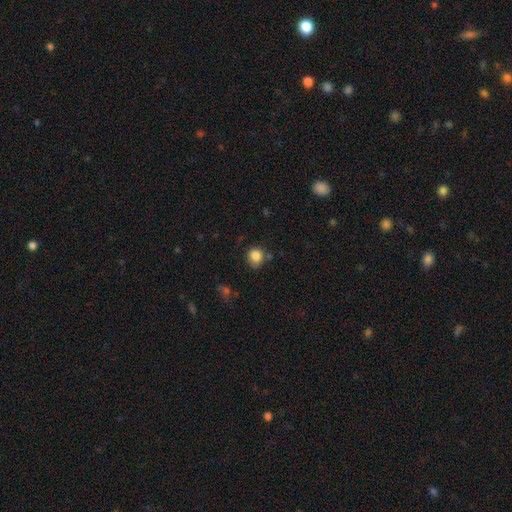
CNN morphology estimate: Overall: smooth (84%). How rounded: round (83%). Merging: none (70%).